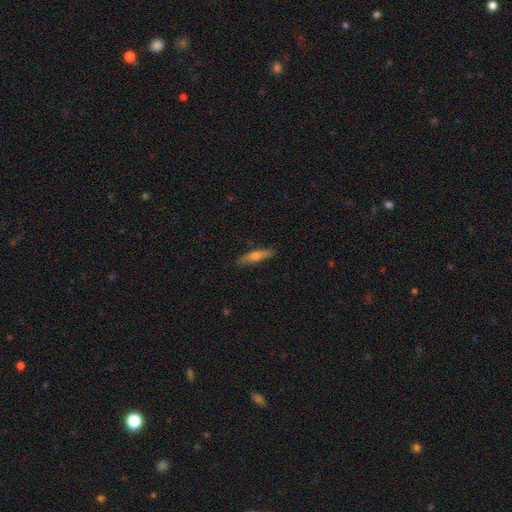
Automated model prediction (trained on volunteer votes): Smooth or featured: smooth — 54% (featured or disk — 39%)
How rounded: cigar-shaped — 85% (in between — 13%)
Merging: none — 88% (minor disturbance — 10%)